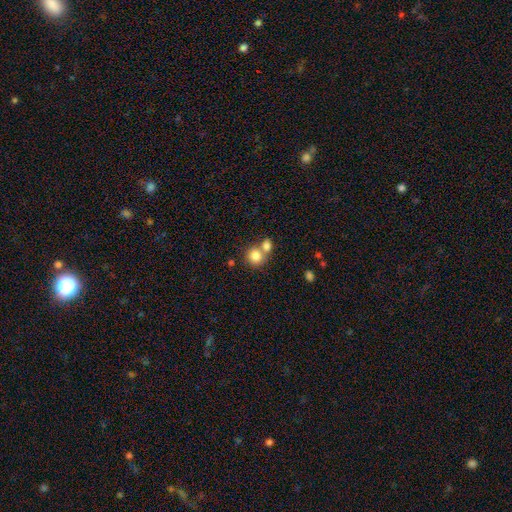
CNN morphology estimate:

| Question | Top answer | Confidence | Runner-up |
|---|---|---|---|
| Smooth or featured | smooth | 82% | star or artifact (9%) |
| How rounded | round | 82% | in between (17%) |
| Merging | merger | 46% | none (44%) |